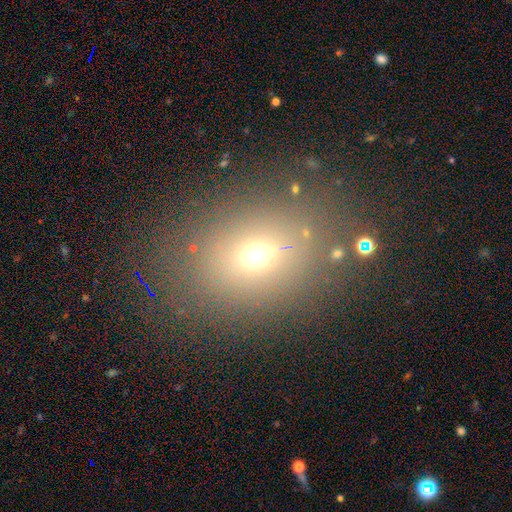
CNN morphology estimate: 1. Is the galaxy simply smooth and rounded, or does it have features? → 64% smooth, 22% star or artifact, 14% featured or disk.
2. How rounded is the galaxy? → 61% in between, 38% round, 2% cigar-shaped.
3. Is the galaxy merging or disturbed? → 80% none, 11% minor disturbance, 6% major disturbance, 4% merger.